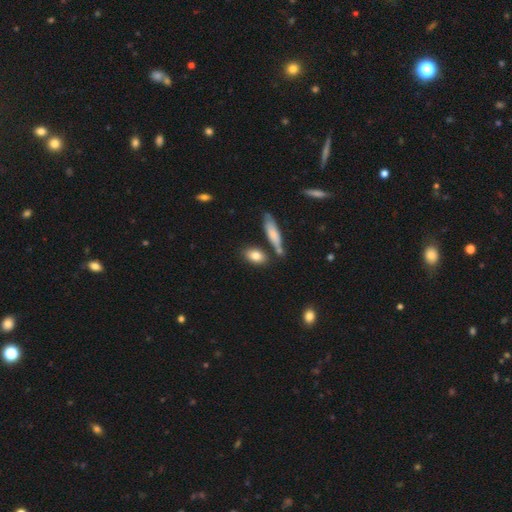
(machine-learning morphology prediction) Q: Smooth or featured?
A: smooth (81%); runner-up: featured or disk (12%)
Q: How rounded?
A: in between (79%); runner-up: cigar-shaped (12%)
Q: Merging?
A: none (70%); runner-up: merger (13%)